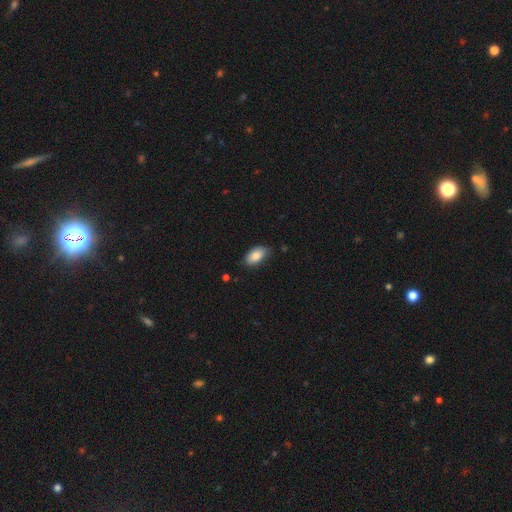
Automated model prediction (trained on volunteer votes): Smooth or featured? Predicted: smooth (p=0.84). How rounded? Predicted: in between (p=0.94). Merging? Predicted: none (p=0.79).